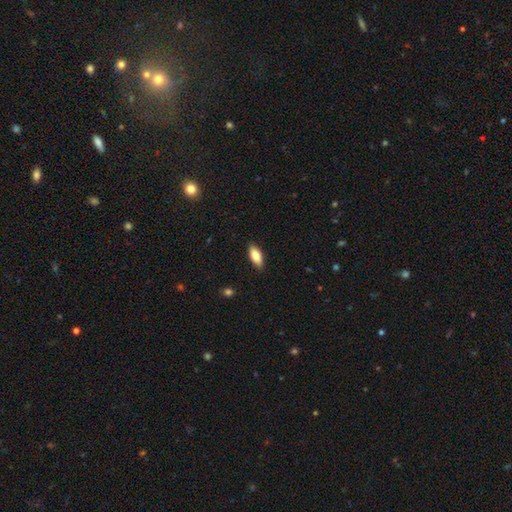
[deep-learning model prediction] A smooth galaxy with no disk features (82%) that is in between round and cigar-shaped (82%). Merging: none (88%).